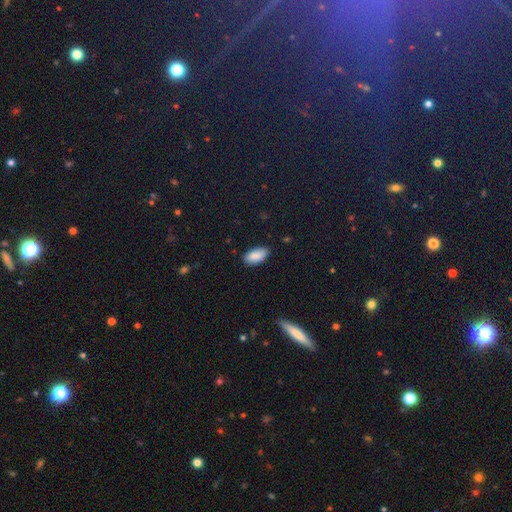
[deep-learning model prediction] Overall: smooth (89%). How rounded: in between (94%). Merging: none (83%).